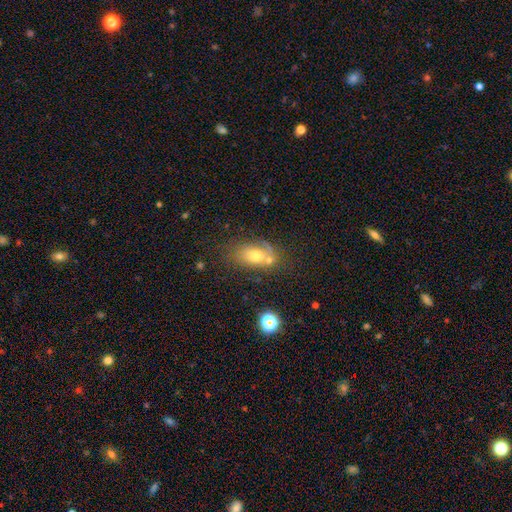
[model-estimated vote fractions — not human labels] Q: Smooth or featured?
A: smooth (58%); runner-up: featured or disk (27%)
Q: How rounded?
A: in between (82%); runner-up: round (15%)
Q: Merging?
A: none (47%); runner-up: minor disturbance (22%)